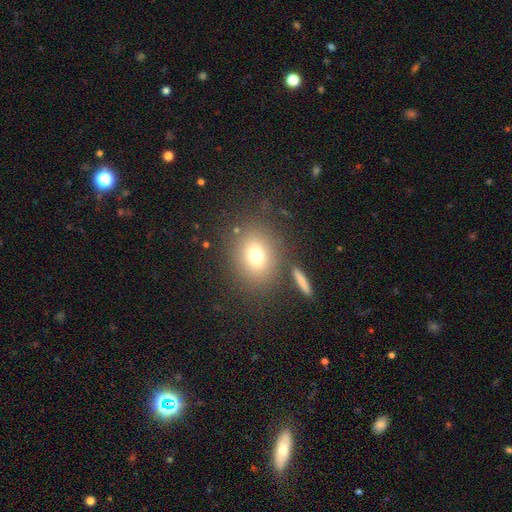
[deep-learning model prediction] smooth-or-featured: smooth: 73% | star or artifact: 15% | featured or disk: 12%
  how-rounded: round: 64% | in between: 35% | cigar-shaped: 1%
  merging: none: 79% | minor disturbance: 10% | merger: 6% | major disturbance: 5%